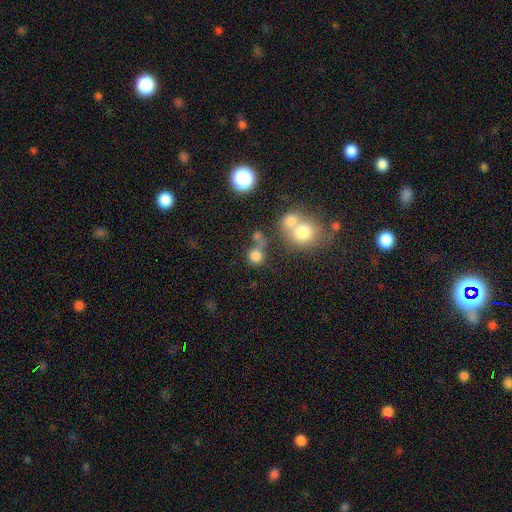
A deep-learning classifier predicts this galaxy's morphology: Smooth or featured?
  - smooth: 78% *
  - star or artifact: 14%
  - featured or disk: 8%
How rounded?
  - round: 86% *
  - in between: 13%
  - cigar-shaped: 1%
Merging?
  - none: 51% *
  - merger: 31%
  - minor disturbance: 11%
  - major disturbance: 7%